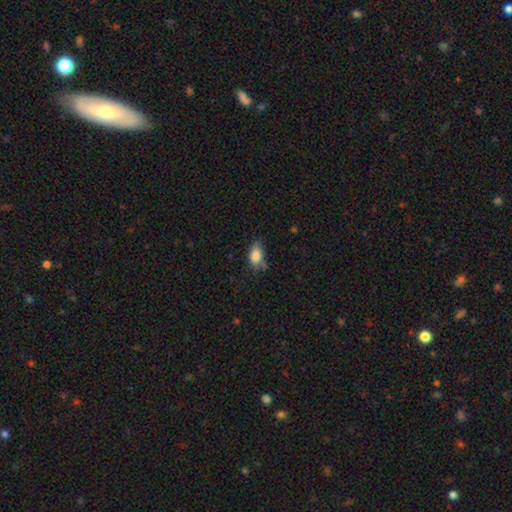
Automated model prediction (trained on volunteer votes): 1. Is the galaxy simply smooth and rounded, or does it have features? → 84% smooth, 8% star or artifact, 8% featured or disk.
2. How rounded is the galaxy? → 88% in between, 9% round, 4% cigar-shaped.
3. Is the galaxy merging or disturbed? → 60% none, 29% minor disturbance, 7% major disturbance, 5% merger.